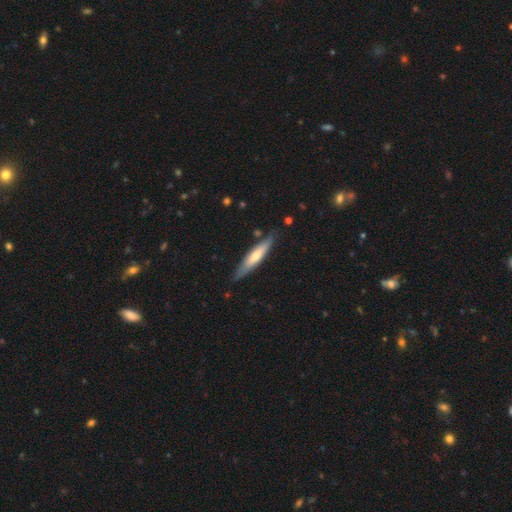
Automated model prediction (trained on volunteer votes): Smooth or featured? Predicted: smooth (p=0.53). How rounded? Predicted: cigar-shaped (p=0.85). Merging? Predicted: none (p=0.82).